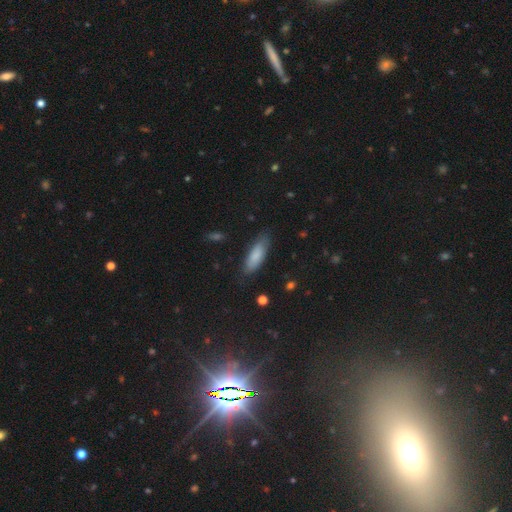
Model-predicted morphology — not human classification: Smooth or featured? smooth (81%)
How rounded? in between (62%)
Merging? none (79%)